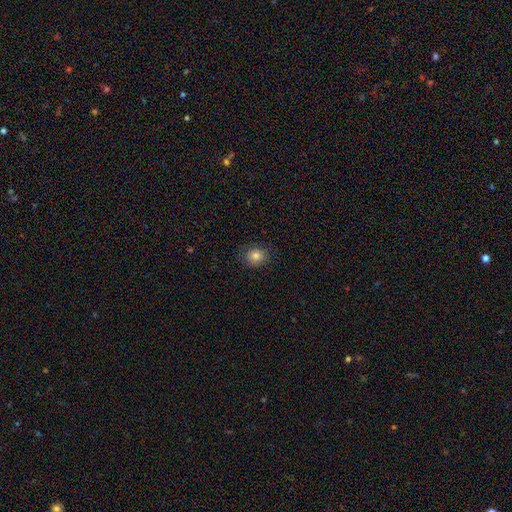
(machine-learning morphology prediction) smooth 79%, star or artifact 11%, featured or disk 9%. Down the decision tree: how rounded — round (75%); merging — none (82%).